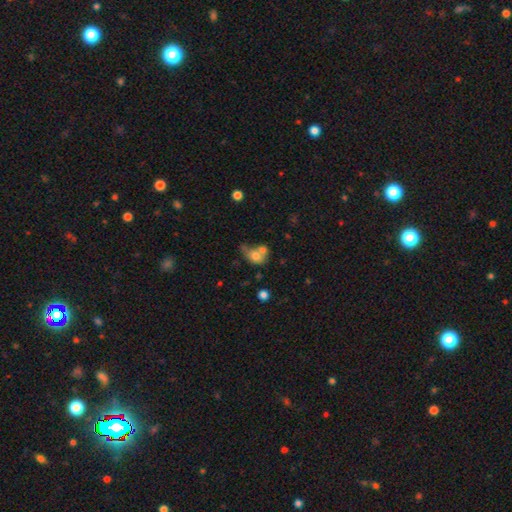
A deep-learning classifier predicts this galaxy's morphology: This is likely a smooth galaxy (68%). How rounded: possibly in between (53%). Merging: possibly merger (50%).